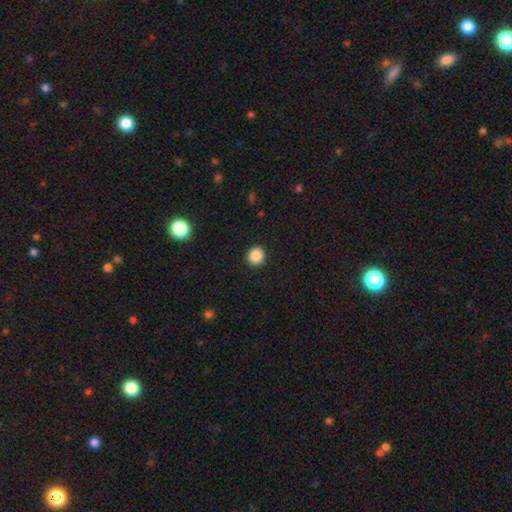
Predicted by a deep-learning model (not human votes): Smooth or featured? Predicted: smooth (p=0.87). How rounded? Predicted: round (p=0.90). Merging? Predicted: none (p=0.92).